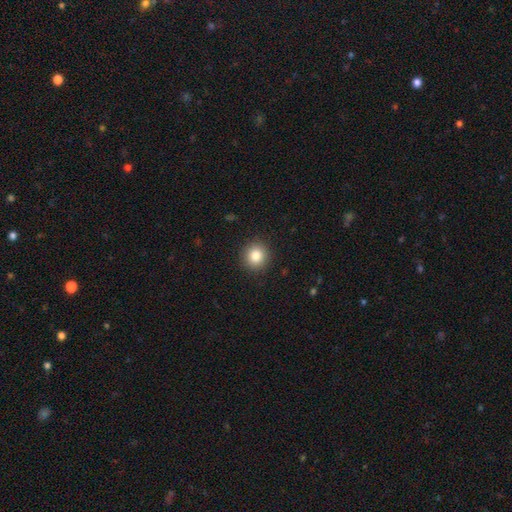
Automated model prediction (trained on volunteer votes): A smooth galaxy with no disk features (84%) that is round (90%).

Vote fractions:
- Smooth or featured? smooth: 84% / star or artifact: 10% / featured or disk: 6%
- How rounded? round: 90% / in between: 9% / cigar-shaped: 1%
- Merging? none: 91% / minor disturbance: 6% / major disturbance: 2% / merger: 1%